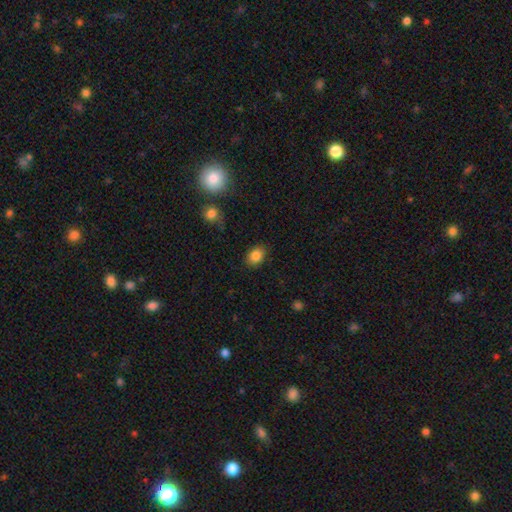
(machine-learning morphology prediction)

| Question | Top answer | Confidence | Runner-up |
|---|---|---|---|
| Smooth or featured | smooth | 85% | star or artifact (10%) |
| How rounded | in between | 66% | round (33%) |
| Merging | none | 85% | minor disturbance (11%) |